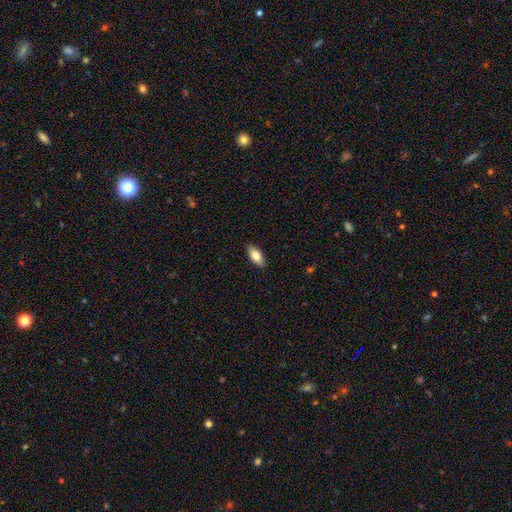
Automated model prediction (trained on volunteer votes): Smooth or featured? smooth (77%)
How rounded? in between (83%)
Merging? none (88%)